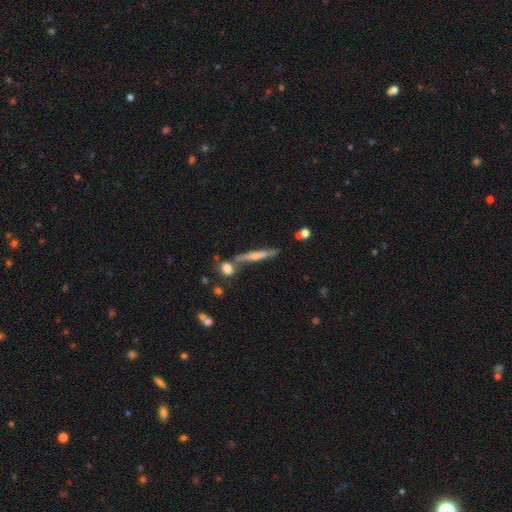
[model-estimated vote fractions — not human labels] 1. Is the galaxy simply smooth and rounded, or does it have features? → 60% featured or disk, 31% smooth, 9% star or artifact.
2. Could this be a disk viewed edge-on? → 92% yes, 8% no.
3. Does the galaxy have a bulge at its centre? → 56% rounded, 31% none, 13% boxy.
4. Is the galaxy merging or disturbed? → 70% none, 14% minor disturbance, 12% merger, 4% major disturbance.